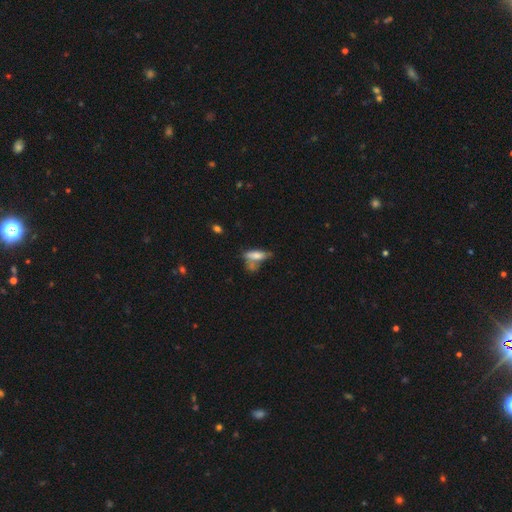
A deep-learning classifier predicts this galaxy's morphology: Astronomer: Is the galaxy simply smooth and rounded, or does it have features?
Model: smooth — 65%.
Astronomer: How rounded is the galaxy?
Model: in between — 56% (runner-up: cigar-shaped, 41%).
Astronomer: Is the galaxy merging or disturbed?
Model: none — 35% (runner-up: merger, 30%).